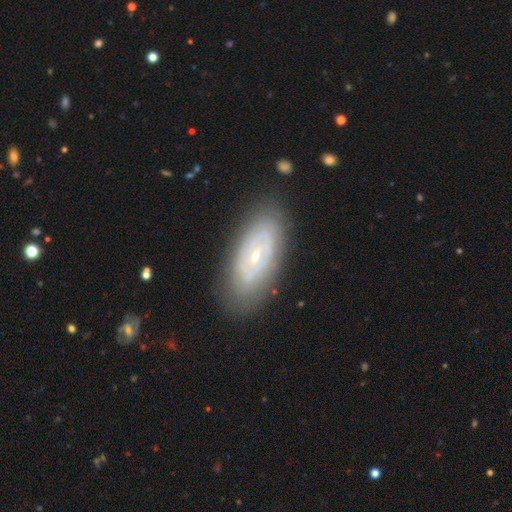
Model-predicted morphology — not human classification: Smooth or featured? featured or disk (73%)
Edge-on disk? no (90%)
Bar? no (62%)
Spiral arms? yes (64%)
Bulge size? small (70%)
Merging? none (81%)